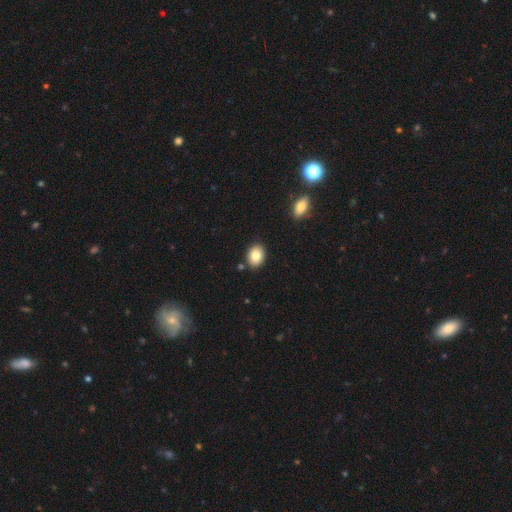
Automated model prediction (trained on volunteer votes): A smooth galaxy with no disk features (83%) that is in between round and cigar-shaped (71%).

Vote fractions:
- Smooth or featured? smooth: 83% / featured or disk: 9% / star or artifact: 8%
- How rounded? in between: 71% / round: 28% / cigar-shaped: 1%
- Merging? none: 85% / minor disturbance: 9% / merger: 4% / major disturbance: 2%